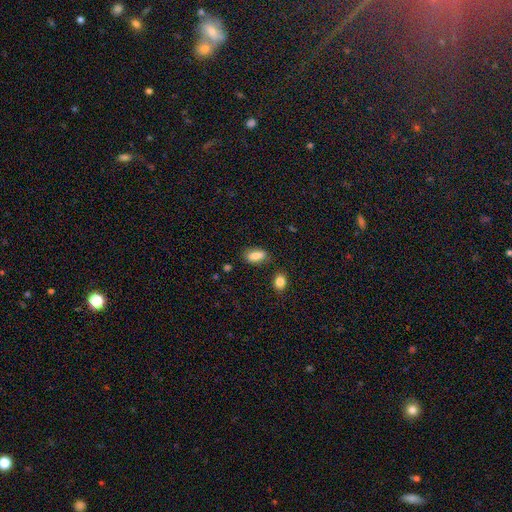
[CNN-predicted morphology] This is clearly a smooth galaxy (83%). How rounded: clearly in between (84%). Merging: likely none (77%).